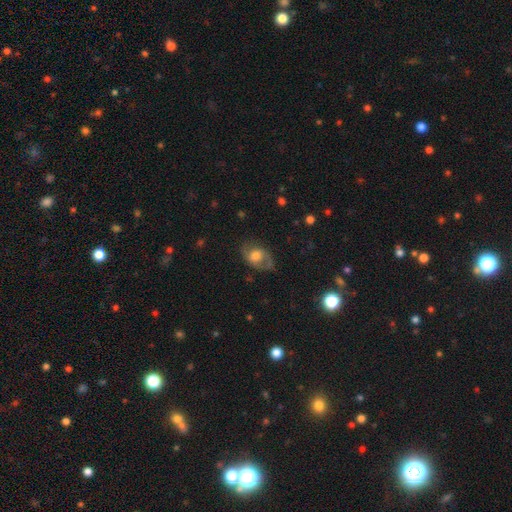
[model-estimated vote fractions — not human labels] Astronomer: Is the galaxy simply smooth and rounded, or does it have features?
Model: featured or disk — 48% (runner-up: smooth, 44%).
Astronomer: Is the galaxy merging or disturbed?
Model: none — 63%.